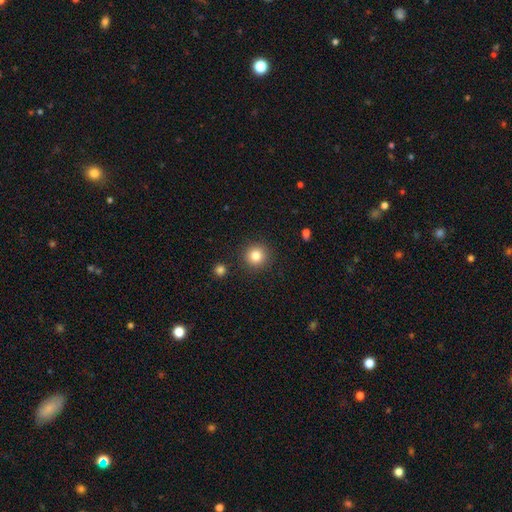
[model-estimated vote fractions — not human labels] Smooth or featured? smooth (83%)
How rounded? round (93%)
Merging? none (90%)